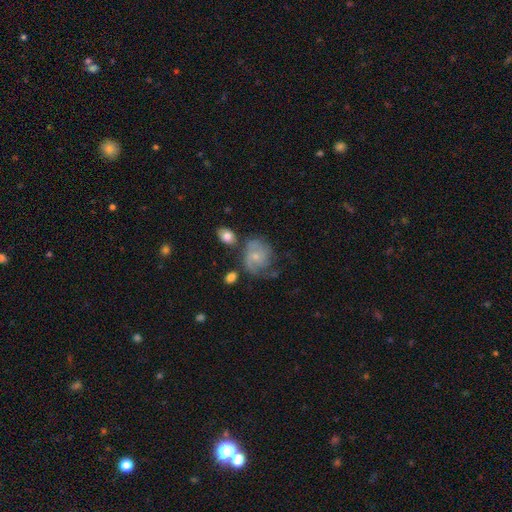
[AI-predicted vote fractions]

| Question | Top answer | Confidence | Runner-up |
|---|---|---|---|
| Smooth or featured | featured or disk | 70% | smooth (22%) |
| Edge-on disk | no | 98% | yes (2%) |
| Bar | no | 67% | weak (29%) |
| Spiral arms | yes | 91% | no (9%) |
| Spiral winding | medium | 43% | tight (37%) |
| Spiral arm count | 2 | 50% | can't tell (21%) |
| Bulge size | small | 65% | moderate (26%) |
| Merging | none | 52% | minor disturbance (25%) |